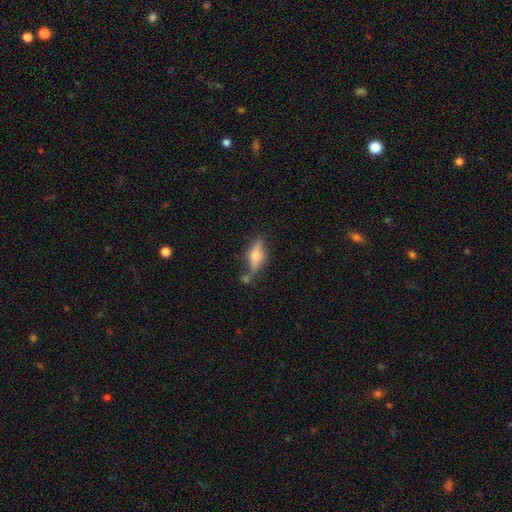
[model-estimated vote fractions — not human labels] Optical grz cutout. It shows a featured or disk galaxy (49%). Merging: none (62%).